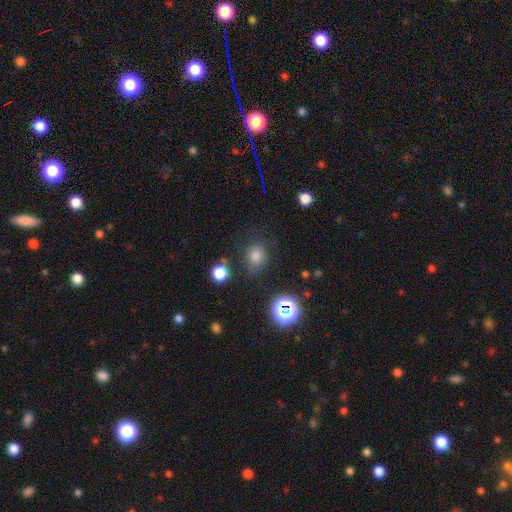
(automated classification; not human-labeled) This appears to be a smooth galaxy with no disk features (75%) that is round (67%). Merging: none (74%).